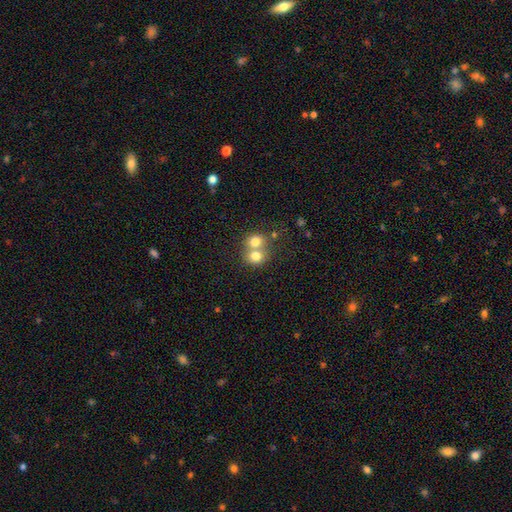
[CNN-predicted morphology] Q: Smooth or featured?
A: smooth (75%); runner-up: featured or disk (15%)
Q: How rounded?
A: round (77%); runner-up: in between (22%)
Q: Merging?
A: merger (64%); runner-up: none (29%)